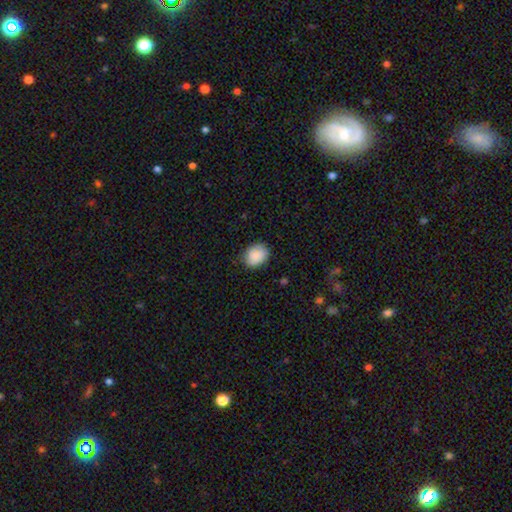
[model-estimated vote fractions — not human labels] This appears to be a smooth galaxy with no disk features (89%) that is in between round and cigar-shaped (60%). Merging: none (81%).